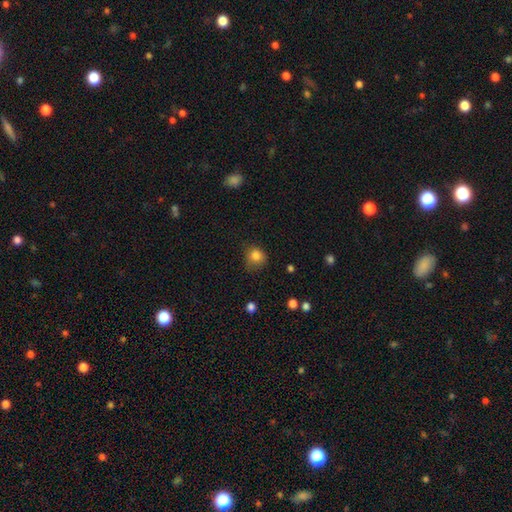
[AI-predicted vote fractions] Morphology: type=smooth (82%); roundness=round (79%); merging=none (63%).